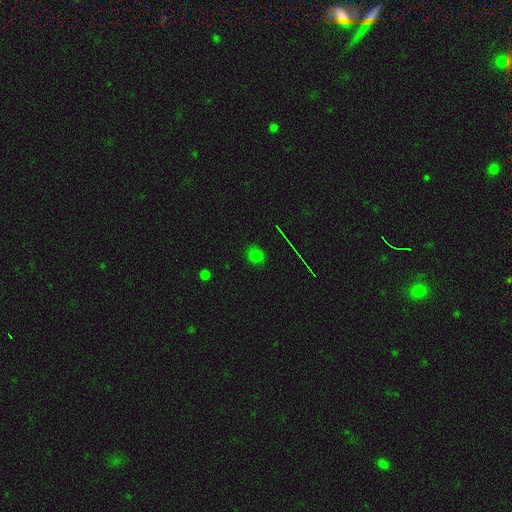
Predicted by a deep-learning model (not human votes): Smooth or featured: smooth — 70% (star or artifact — 24%)
How rounded: round — 72% (in between — 26%)
Merging: none — 84% (minor disturbance — 12%)